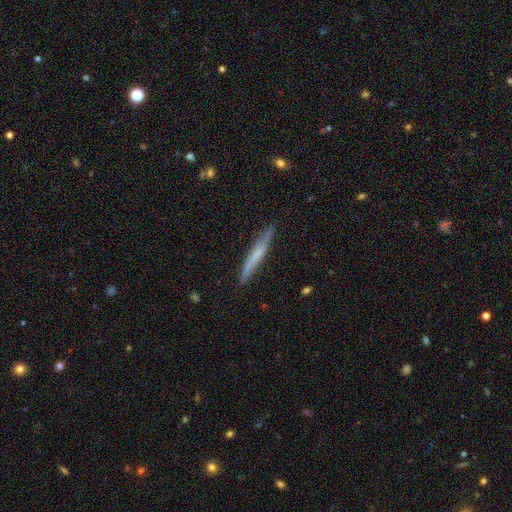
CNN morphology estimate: This appears to be a smooth galaxy with no disk features (49%). Merging: none (86%).